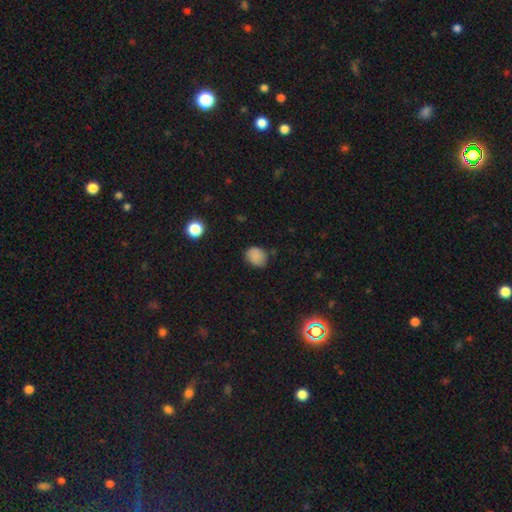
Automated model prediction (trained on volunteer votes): Overall: smooth (84%). How rounded: round (60%; in between 40%). Merging: none (77%).